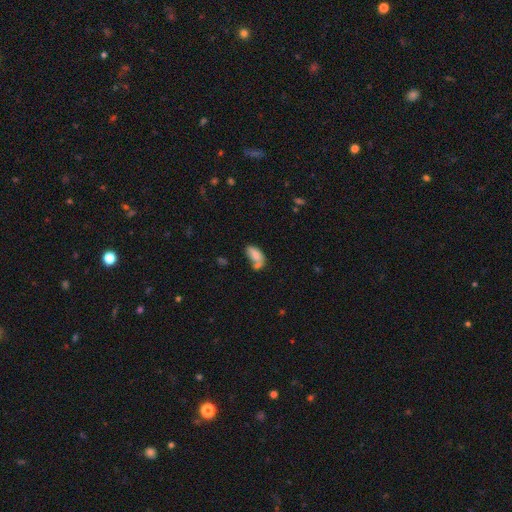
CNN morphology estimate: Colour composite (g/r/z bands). It shows a smooth galaxy with no disk features (76%) that is in between round and cigar-shaped (91%). Merging: merger (38%).